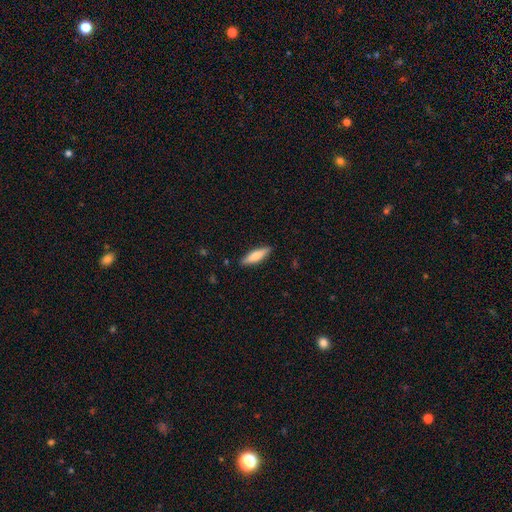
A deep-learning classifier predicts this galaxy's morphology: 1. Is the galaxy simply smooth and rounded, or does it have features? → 70% smooth, 25% featured or disk, 6% star or artifact.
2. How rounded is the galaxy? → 66% cigar-shaped, 32% in between, 2% round.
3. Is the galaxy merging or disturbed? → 88% none, 9% minor disturbance, 2% major disturbance, 1% merger.